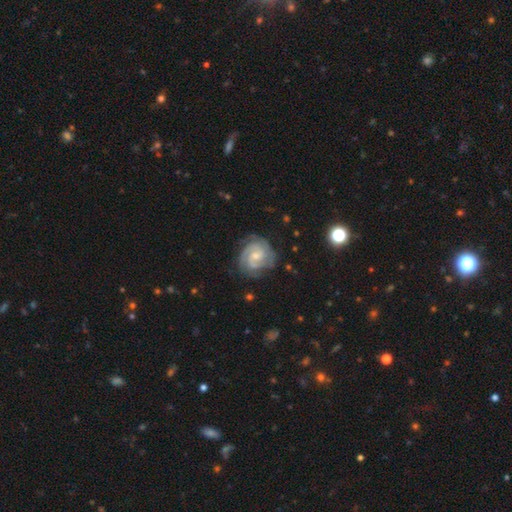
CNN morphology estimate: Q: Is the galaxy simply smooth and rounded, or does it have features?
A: featured or disk — 84%.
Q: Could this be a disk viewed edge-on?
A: no — 98%.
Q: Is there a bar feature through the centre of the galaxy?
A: no — 53%.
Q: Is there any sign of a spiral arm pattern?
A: yes — 97%.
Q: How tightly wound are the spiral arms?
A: tight — 61%.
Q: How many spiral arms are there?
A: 2 — 50%.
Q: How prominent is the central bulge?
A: small — 52%.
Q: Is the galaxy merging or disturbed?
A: none — 73%.